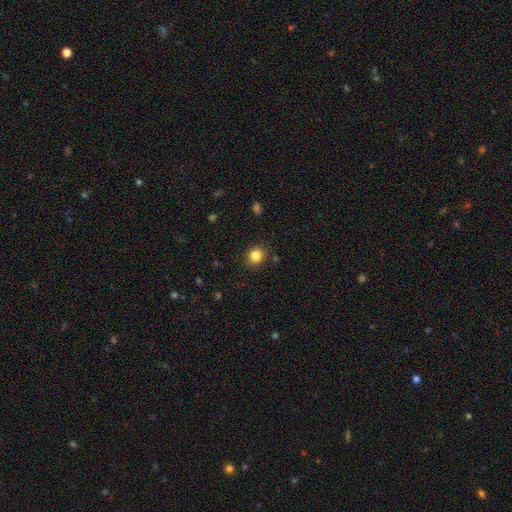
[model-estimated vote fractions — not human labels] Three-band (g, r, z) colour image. It shows a smooth galaxy with no disk features (84%) that is round (84%). Merging: none (89%).